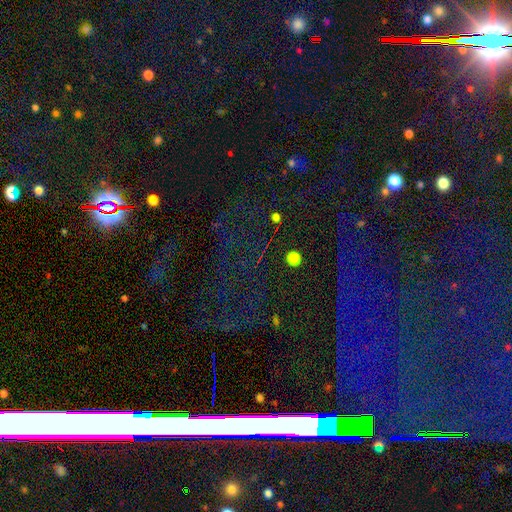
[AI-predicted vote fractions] This is likely a star or artifact rather than a galaxy (78%).